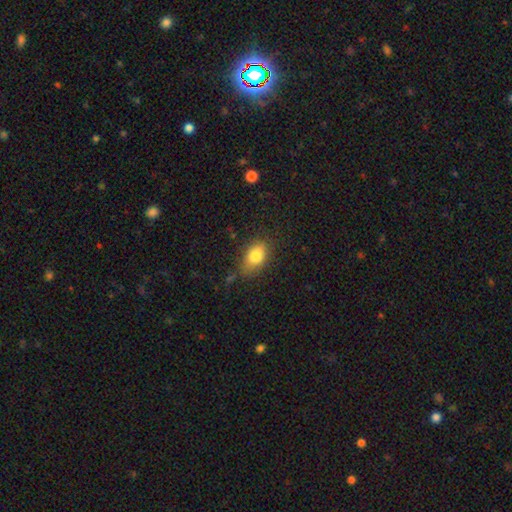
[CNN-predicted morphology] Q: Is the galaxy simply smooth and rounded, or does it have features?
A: smooth — 82%.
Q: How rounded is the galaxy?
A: in between — 86%.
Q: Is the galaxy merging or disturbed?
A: none — 64%.